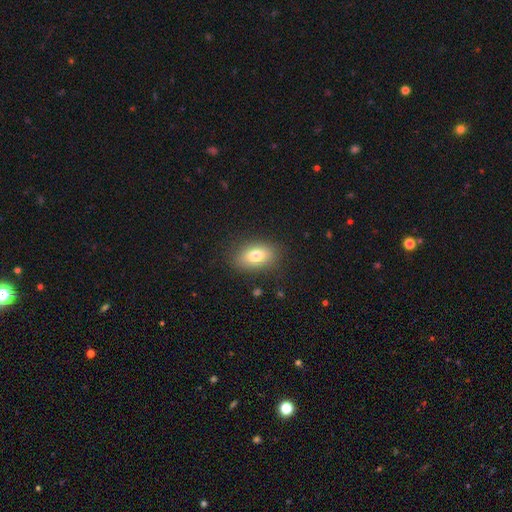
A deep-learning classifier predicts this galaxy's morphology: smooth 77%, featured or disk 14%, star or artifact 9%. Down the decision tree: how rounded — in between (86%); merging — none (85%).